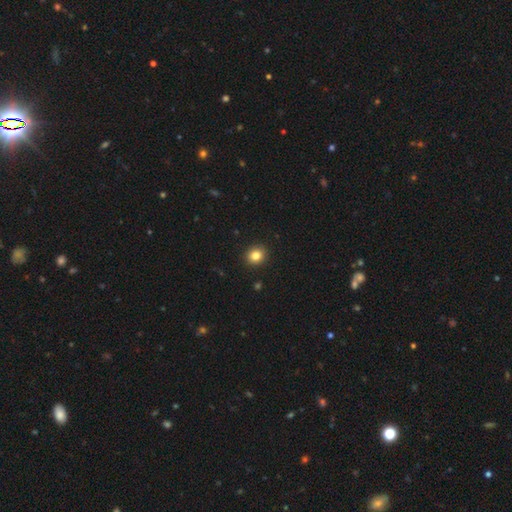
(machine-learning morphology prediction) This is clearly a smooth galaxy (84%). How rounded: likely round (77%). Merging: clearly none (92%).